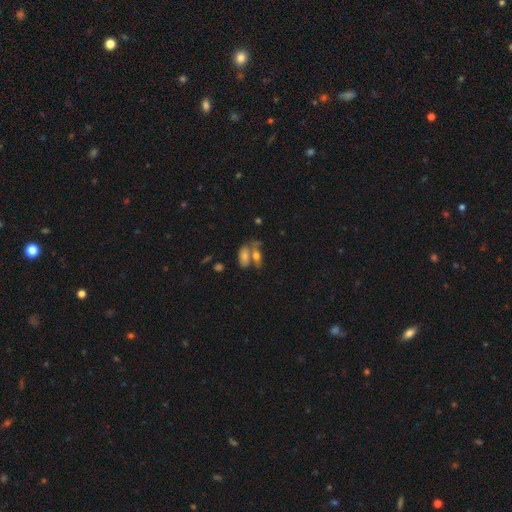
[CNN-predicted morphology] A smooth galaxy with no disk features (60%) that is in between round and cigar-shaped (76%). Merging: merger (47%).